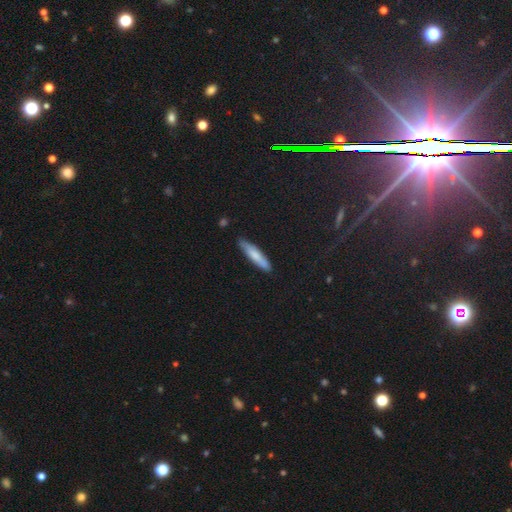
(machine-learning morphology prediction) Q: Smooth or featured?
A: smooth (72%); runner-up: featured or disk (23%)
Q: How rounded?
A: cigar-shaped (84%); runner-up: in between (15%)
Q: Merging?
A: none (82%); runner-up: minor disturbance (14%)